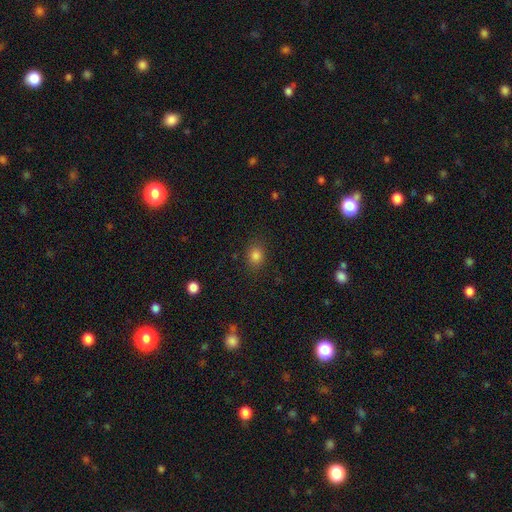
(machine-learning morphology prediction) The model was most divided on "how rounded": round: 52%, in between: 46%, cigar-shaped: 1%. More confident: merging — none (85%); smooth or featured — smooth (82%).